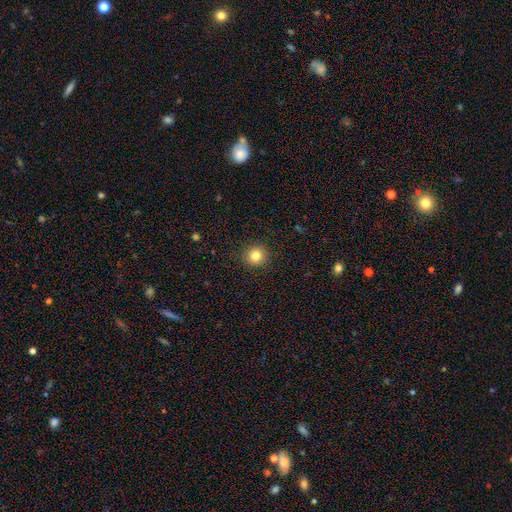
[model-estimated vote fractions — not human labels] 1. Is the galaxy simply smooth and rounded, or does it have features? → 83% smooth, 12% star or artifact, 6% featured or disk.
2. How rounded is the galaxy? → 93% round, 6% in between, 1% cigar-shaped.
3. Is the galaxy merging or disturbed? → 91% none, 6% minor disturbance, 2% major disturbance, 1% merger.